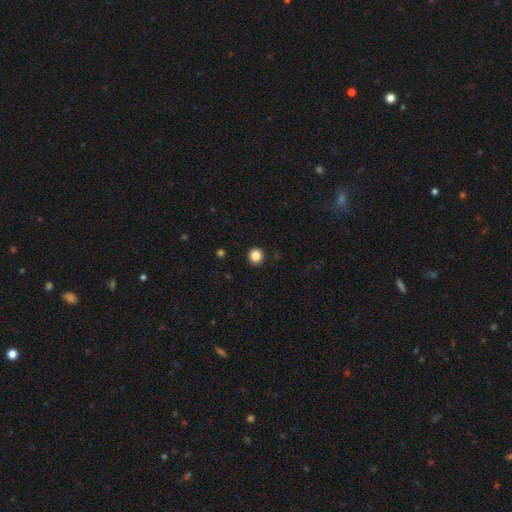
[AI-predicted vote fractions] The model was most divided on "smooth or featured": smooth: 87%, star or artifact: 11%, featured or disk: 3%. More confident: how rounded — round (94%); merging — none (93%).